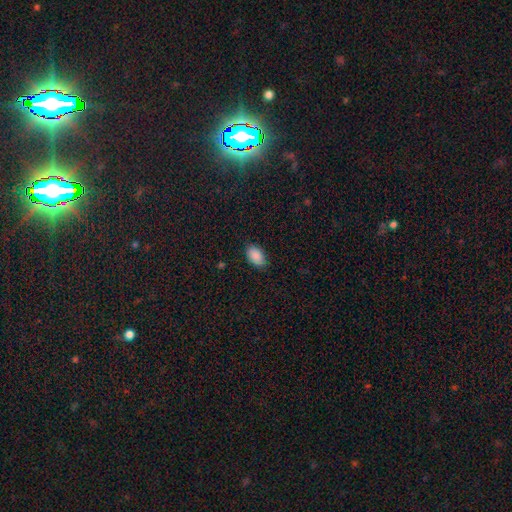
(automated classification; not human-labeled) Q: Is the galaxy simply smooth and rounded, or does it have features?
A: smooth — 89%.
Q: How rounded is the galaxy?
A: in between — 93%.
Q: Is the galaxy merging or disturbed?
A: none — 85%.